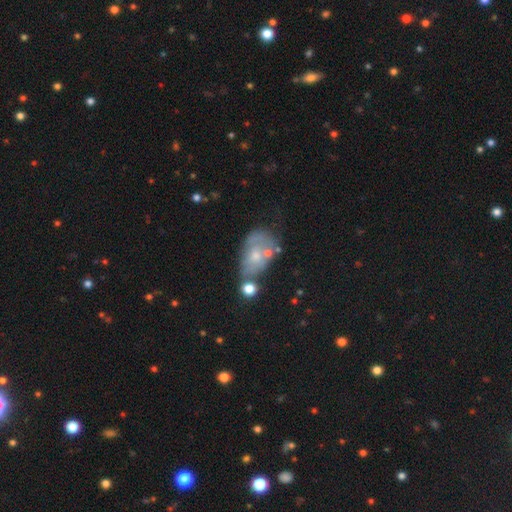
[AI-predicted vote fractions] A featured or disk galaxy (47%). Merging: none (38%).